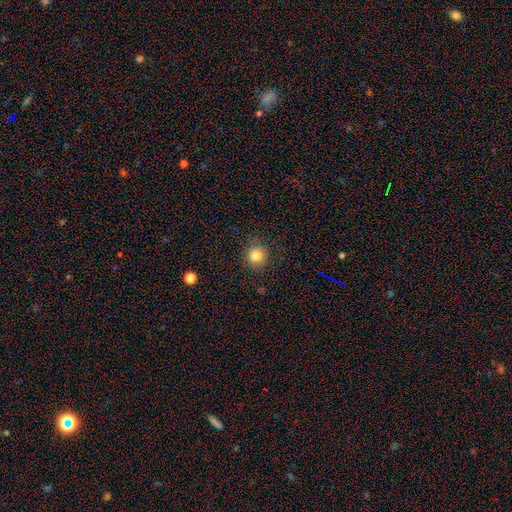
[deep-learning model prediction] Smooth or featured? smooth (82%)
How rounded? round (90%)
Merging? none (87%)